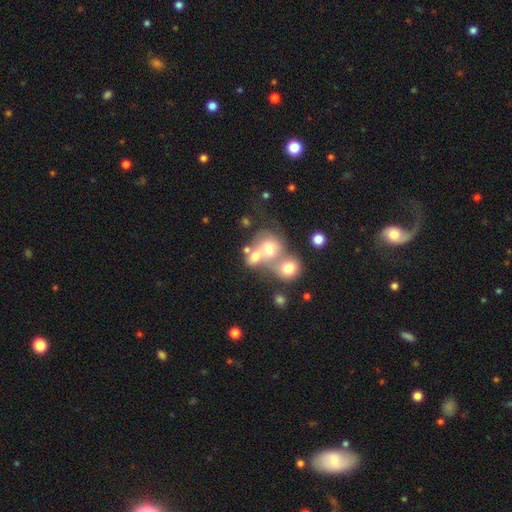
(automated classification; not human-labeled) This appears to be a smooth galaxy with no disk features (60%) that is round (54%). Merging: merger (60%).